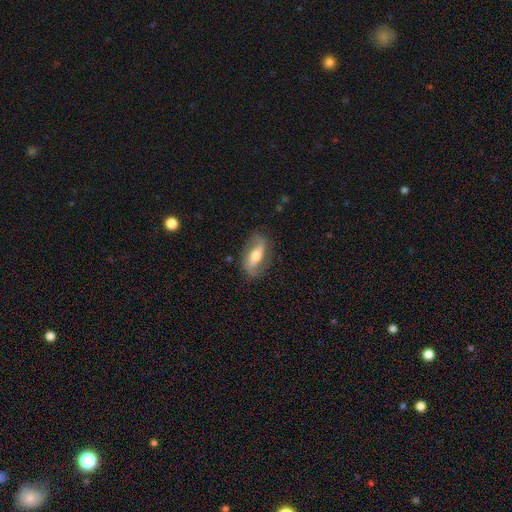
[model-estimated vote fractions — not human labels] Overall: featured or disk (63%; smooth 30%). Edge-on disk: no (78%). Merging: none (80%).